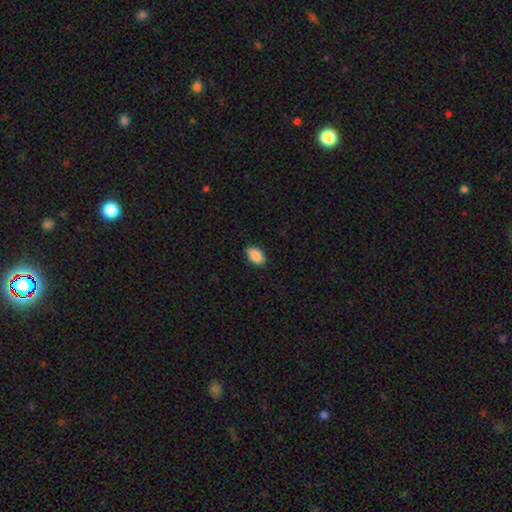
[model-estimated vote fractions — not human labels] Smooth or featured? smooth (90%)
How rounded? in between (92%)
Merging? none (84%)